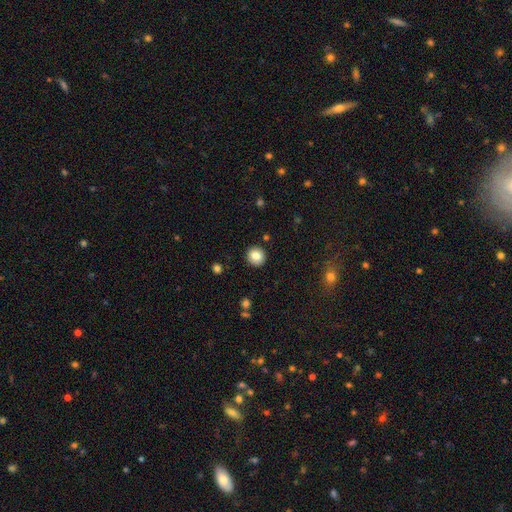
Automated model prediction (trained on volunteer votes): A smooth galaxy with no disk features (83%) that is round (92%).

Vote fractions:
- Smooth or featured? smooth: 83% / star or artifact: 9% / featured or disk: 7%
- How rounded? round: 92% / in between: 7% / cigar-shaped: 1%
- Merging? none: 91% / minor disturbance: 6% / major disturbance: 2% / merger: 1%